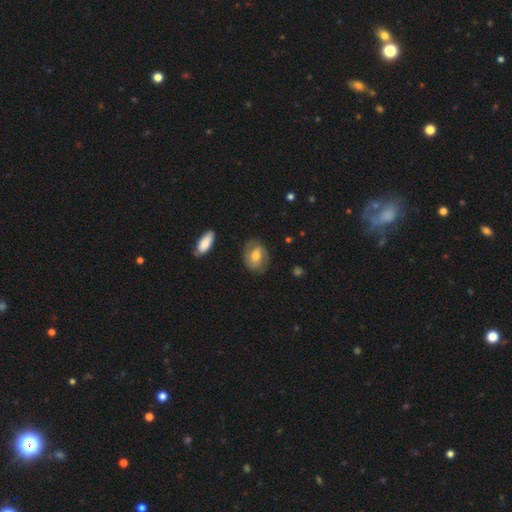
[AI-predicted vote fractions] Smooth or featured?
  - smooth: 47% *
  - featured or disk: 46%
  - star or artifact: 7%
Merging?
  - none: 77% *
  - minor disturbance: 16%
  - major disturbance: 5%
  - merger: 2%